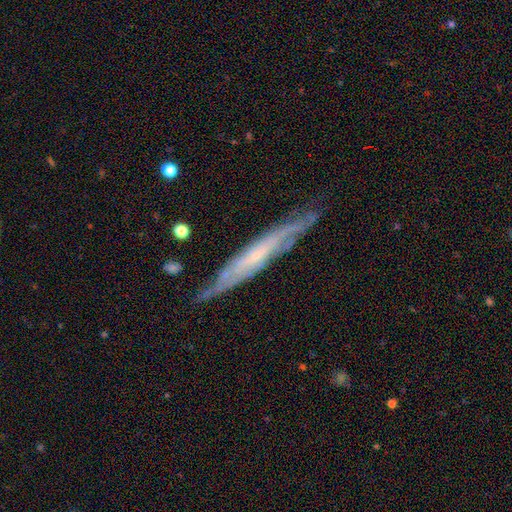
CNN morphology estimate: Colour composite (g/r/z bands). It shows a featured or disk galaxy (77%) viewed edge-on (64%). Merging: none (77%).